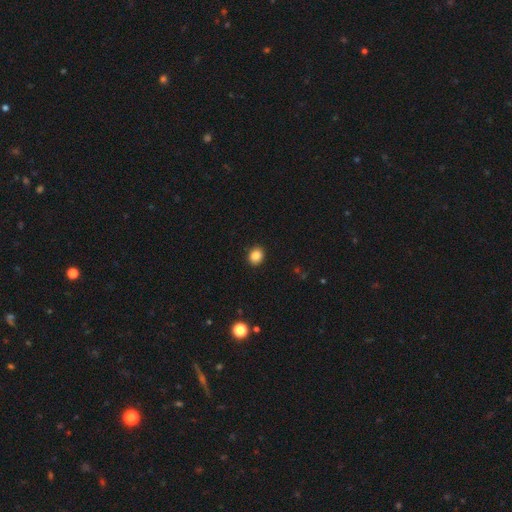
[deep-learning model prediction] Morphology: type=smooth (86%); roundness=round (67%); merging=none (91%).